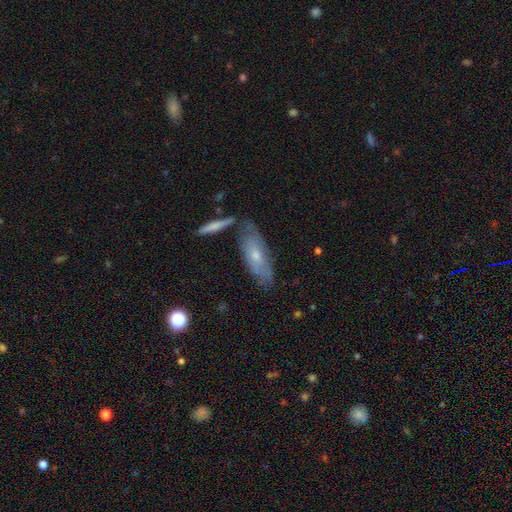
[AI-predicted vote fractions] The model was most divided on "smooth or featured": smooth: 47%, featured or disk: 46%, star or artifact: 6%. More confident: merging — none (67%).